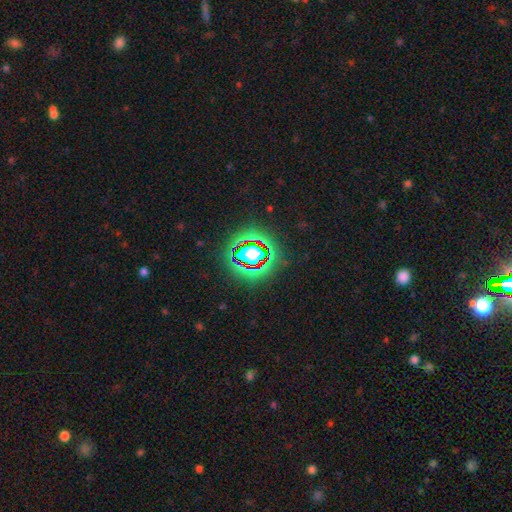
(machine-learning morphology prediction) A star or artifact, not a galaxy (79%).

Vote fractions:
- Smooth or featured? star or artifact: 79% / smooth: 13% / featured or disk: 9%